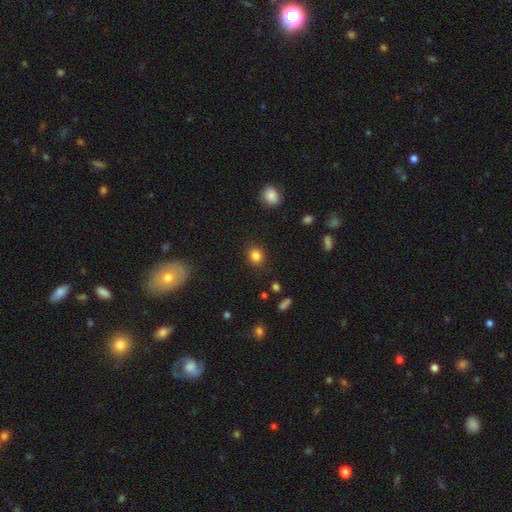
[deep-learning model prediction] A smooth galaxy with no disk features (84%) that is round (77%). Merging: none (87%).